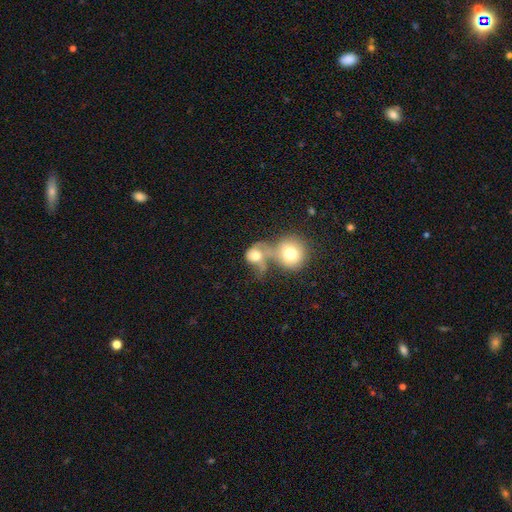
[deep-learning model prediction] Overall: smooth (62%; featured or disk 29%). How rounded: round (69%; in between 30%). Merging: merger (69%).